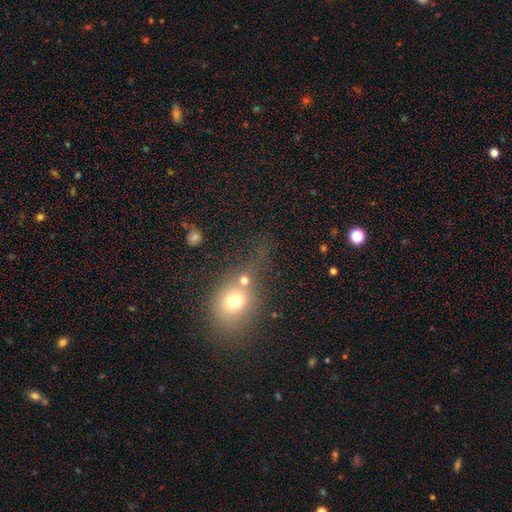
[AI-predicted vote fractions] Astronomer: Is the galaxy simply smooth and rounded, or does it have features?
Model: smooth — 61%.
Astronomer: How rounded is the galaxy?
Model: round — 60% (runner-up: in between, 37%).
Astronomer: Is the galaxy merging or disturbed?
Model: none — 35% (runner-up: merger, 34%).